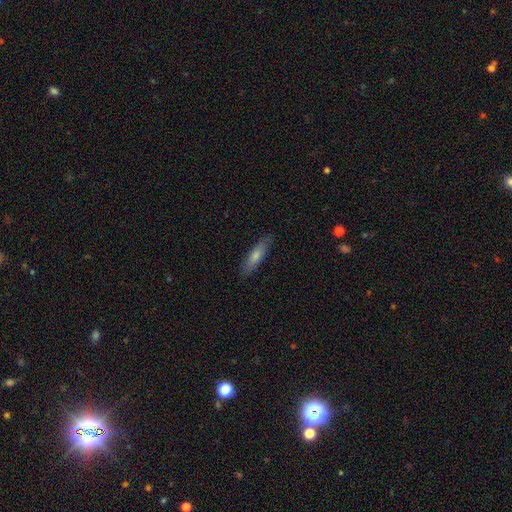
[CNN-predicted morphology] Q: Smooth or featured?
A: smooth (72%); runner-up: featured or disk (22%)
Q: How rounded?
A: cigar-shaped (59%); runner-up: in between (39%)
Q: Merging?
A: none (85%); runner-up: minor disturbance (11%)